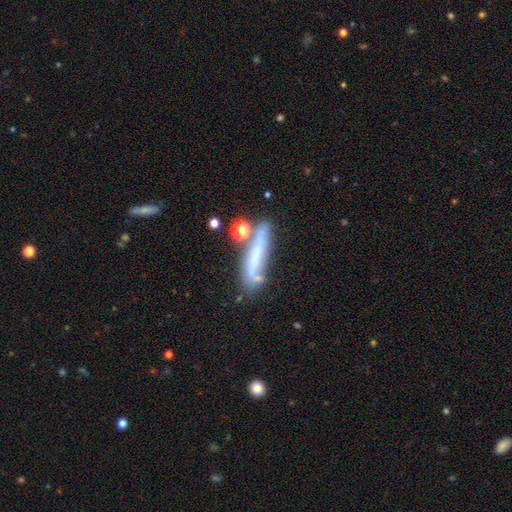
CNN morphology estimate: Smooth or featured? Predicted: smooth (p=0.47). Merging? Predicted: none (p=0.52).